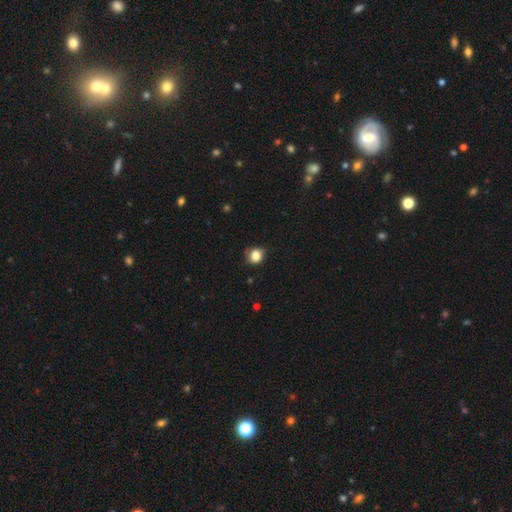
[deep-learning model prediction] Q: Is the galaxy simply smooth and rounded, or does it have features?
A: smooth — 84%.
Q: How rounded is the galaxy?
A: round — 77%.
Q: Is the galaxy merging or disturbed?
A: none — 70%.